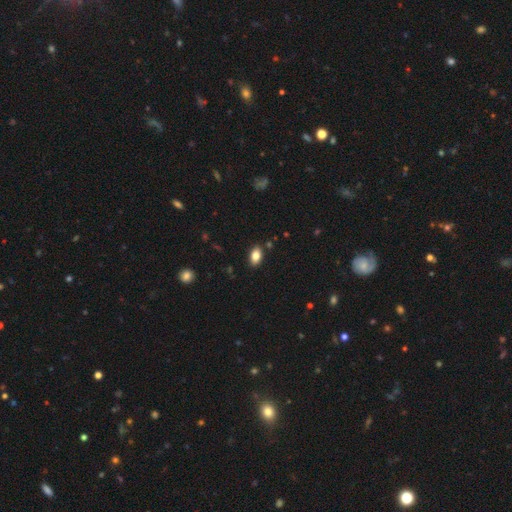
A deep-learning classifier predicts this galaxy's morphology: Q: Smooth or featured?
A: smooth (83%); runner-up: star or artifact (9%)
Q: How rounded?
A: in between (89%); runner-up: round (9%)
Q: Merging?
A: none (87%); runner-up: minor disturbance (9%)